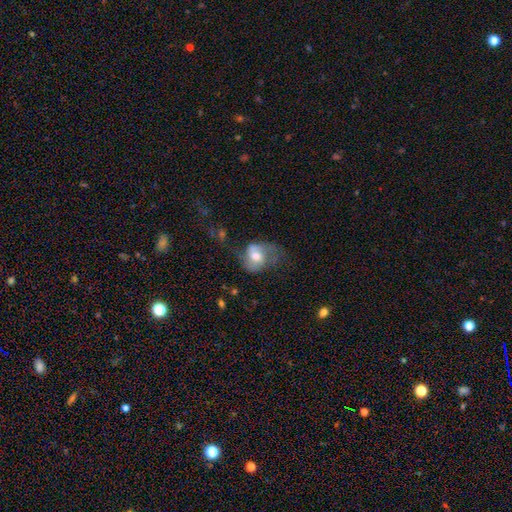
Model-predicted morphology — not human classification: Overall: featured or disk (54%; smooth 38%). Edge-on disk: no (97%). Bar: no (52%; weak 38%). Spiral arms: yes (76%). Bulge size: moderate (61%; large 23%). Merging: none (35%; major disturbance 30%).